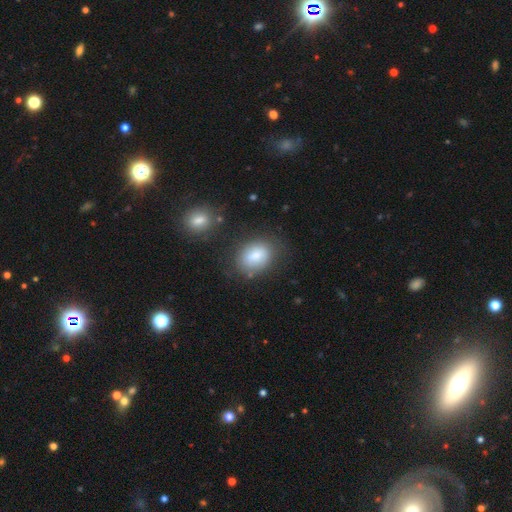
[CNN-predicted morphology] smooth-or-featured: smooth: 80% | featured or disk: 13% | star or artifact: 8%
  how-rounded: in between: 69% | round: 30% | cigar-shaped: 1%
  merging: none: 67% | minor disturbance: 19% | major disturbance: 7% | merger: 6%